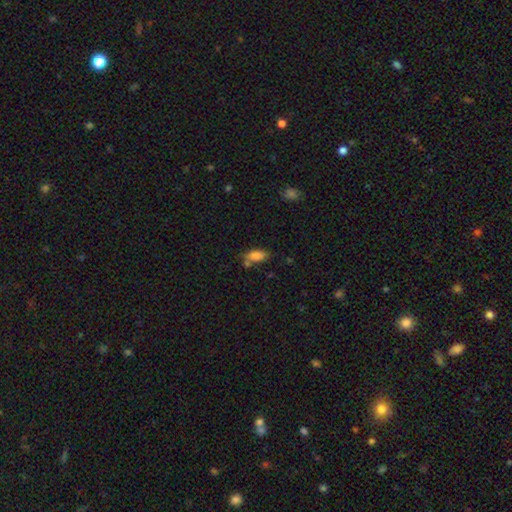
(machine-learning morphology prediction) A smooth galaxy with no disk features (82%) that is in between round and cigar-shaped (86%).

Vote fractions:
- Smooth or featured? smooth: 82% / star or artifact: 9% / featured or disk: 9%
- How rounded? in between: 86% / cigar-shaped: 11% / round: 3%
- Merging? none: 57% / minor disturbance: 20% / merger: 16% / major disturbance: 6%